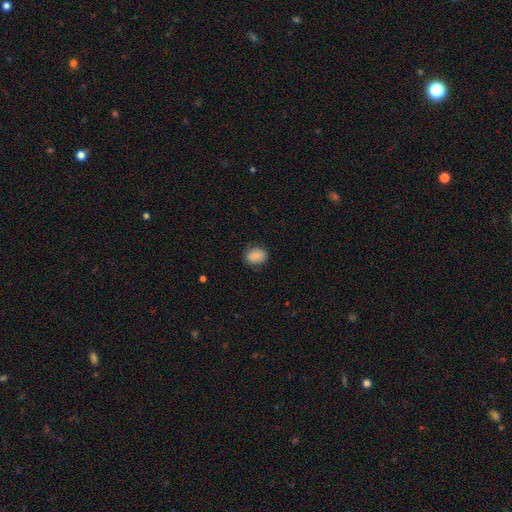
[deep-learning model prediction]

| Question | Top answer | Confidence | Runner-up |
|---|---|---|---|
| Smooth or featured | smooth | 82% | featured or disk (10%) |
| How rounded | in between | 51% | round (48%) |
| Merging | none | 82% | minor disturbance (14%) |